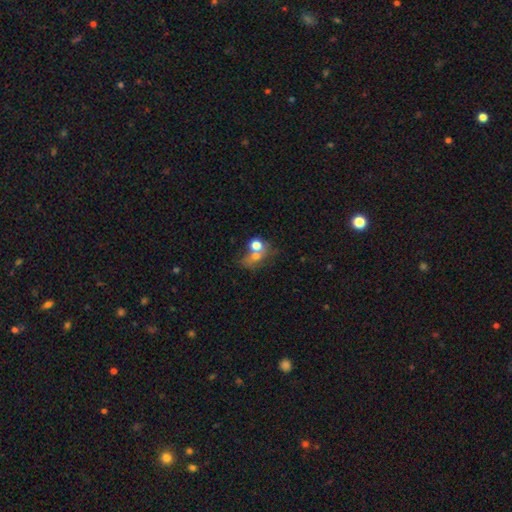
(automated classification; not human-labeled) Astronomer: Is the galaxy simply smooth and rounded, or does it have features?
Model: smooth — 61%.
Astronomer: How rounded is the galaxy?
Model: round — 56% (runner-up: in between, 42%).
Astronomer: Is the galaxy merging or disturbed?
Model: merger — 52%.